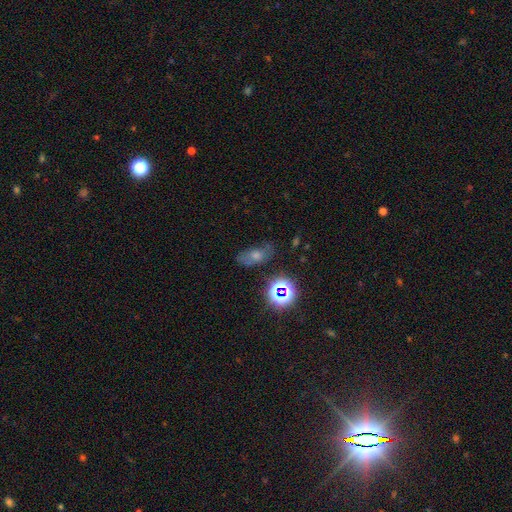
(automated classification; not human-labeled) smooth-or-featured: smooth: 57% | star or artifact: 22% | featured or disk: 21%
  how-rounded: in between: 82% | round: 13% | cigar-shaped: 5%
  merging: none: 58% | minor disturbance: 26% | major disturbance: 12% | merger: 4%